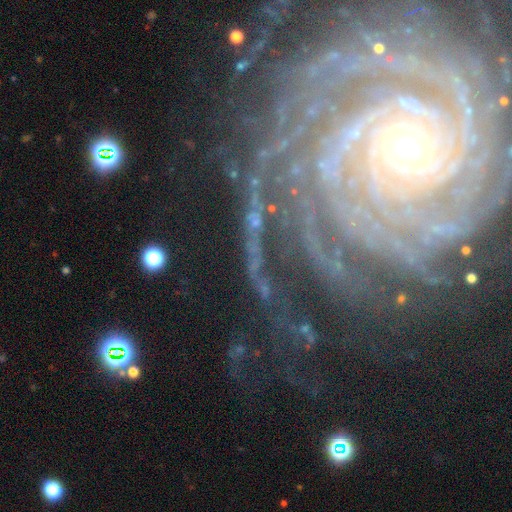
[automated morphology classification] Smooth or featured? Predicted: featured or disk (p=0.89). Edge-on disk? Predicted: no (p=0.97). Bar? Predicted: no (p=0.53). Spiral arms? Predicted: yes (p=0.98). Spiral winding? Predicted: tight (p=0.83). Spiral arm count? Predicted: more than 4 (p=0.36). Bulge size? Predicted: moderate (p=0.48). Merging? Predicted: none (p=0.76).